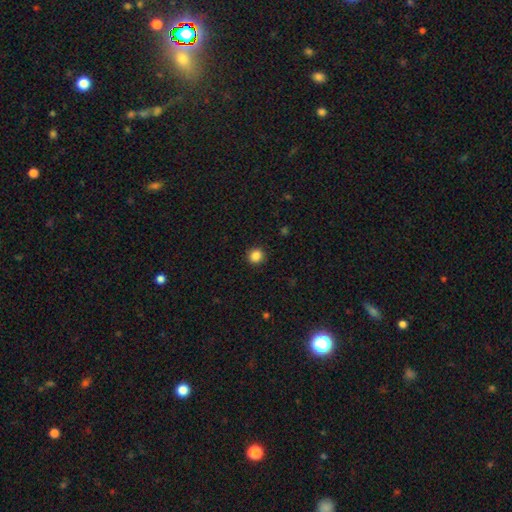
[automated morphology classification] Q: Smooth or featured?
A: smooth (86%); runner-up: star or artifact (10%)
Q: How rounded?
A: round (91%); runner-up: in between (8%)
Q: Merging?
A: none (92%); runner-up: minor disturbance (6%)